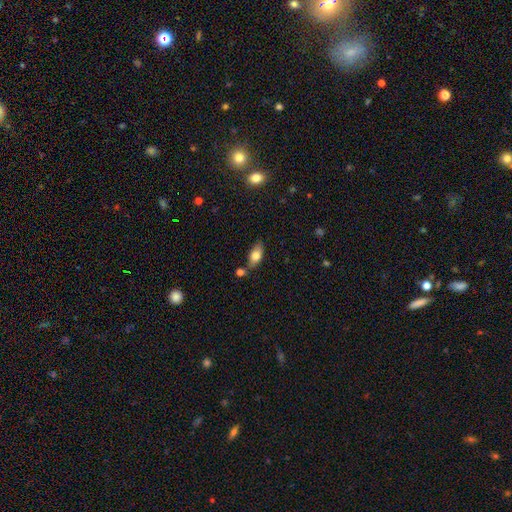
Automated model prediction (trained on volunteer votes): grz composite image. It shows a smooth galaxy with no disk features (75%) that is in between round and cigar-shaped (84%). Merging: none (62%).